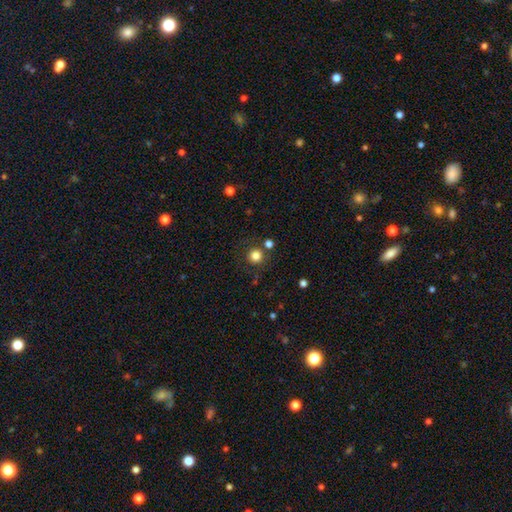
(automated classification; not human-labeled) A smooth galaxy with no disk features (82%) that is round (95%).

Vote fractions:
- Smooth or featured? smooth: 82% / star or artifact: 13% / featured or disk: 5%
- How rounded? round: 95% / in between: 4% / cigar-shaped: 1%
- Merging? none: 83% / minor disturbance: 7% / merger: 6% / major disturbance: 3%